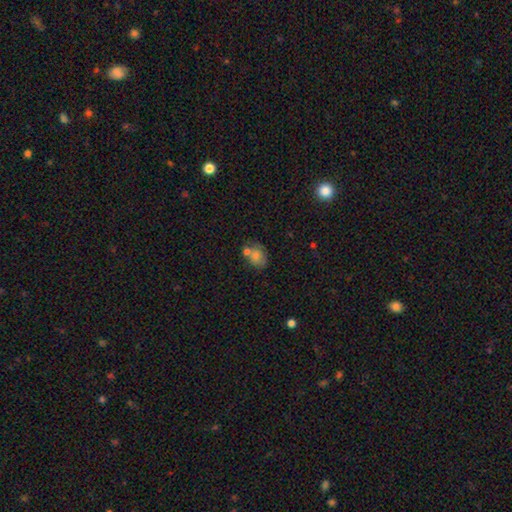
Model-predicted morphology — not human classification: smooth 69%, featured or disk 19%, star or artifact 12%. Down the decision tree: how rounded — in between (56%); merging — none (45%).